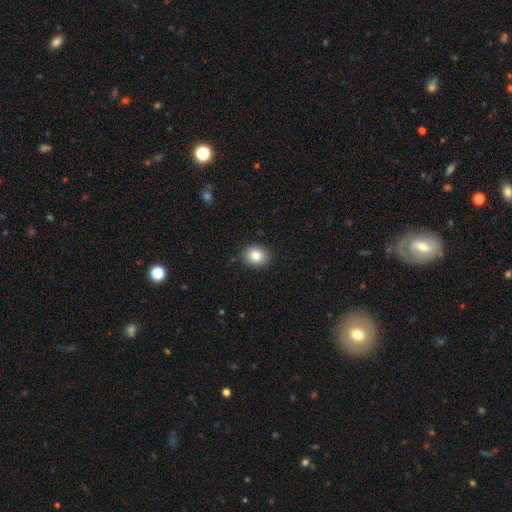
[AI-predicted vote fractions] smooth 84%, star or artifact 9%, featured or disk 7%. Down the decision tree: how rounded — round (62%); merging — none (89%).